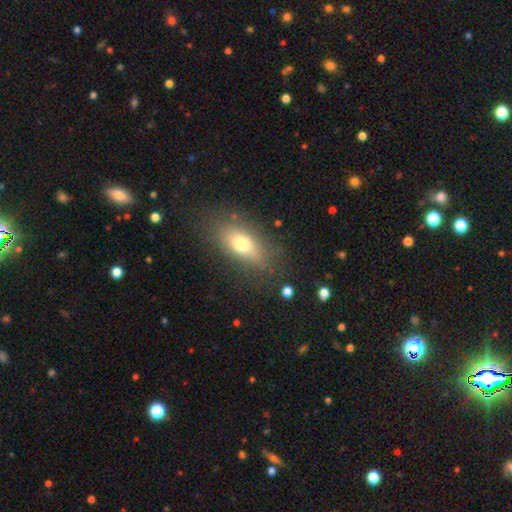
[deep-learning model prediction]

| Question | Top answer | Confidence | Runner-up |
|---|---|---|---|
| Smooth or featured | smooth | 67% | featured or disk (19%) |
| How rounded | in between | 80% | cigar-shaped (11%) |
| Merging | none | 81% | minor disturbance (12%) |